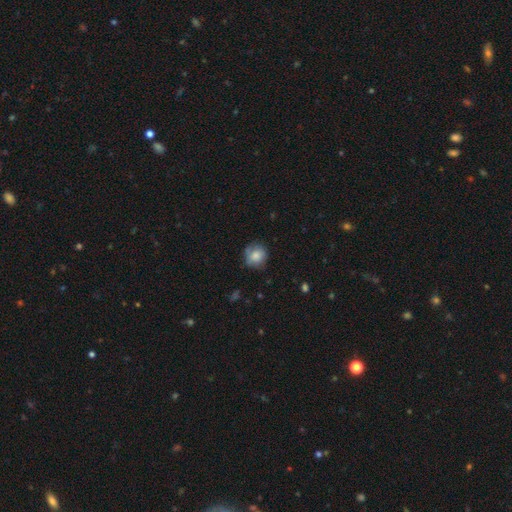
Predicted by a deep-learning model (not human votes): Smooth or featured? Predicted: smooth (p=0.79). How rounded? Predicted: round (p=0.85). Merging? Predicted: none (p=0.71).